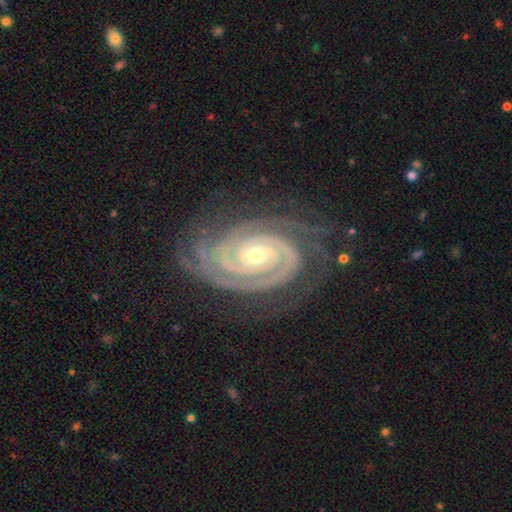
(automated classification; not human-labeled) Smooth or featured? Predicted: featured or disk (p=0.93). Edge-on disk? Predicted: no (p=0.97). Bar? Predicted: no (p=0.60). Spiral arms? Predicted: yes (p=0.99). Spiral winding? Predicted: tight (p=0.85). Spiral arm count? Predicted: 2 (p=0.54). Bulge size? Predicted: small (p=0.55). Merging? Predicted: none (p=0.76).